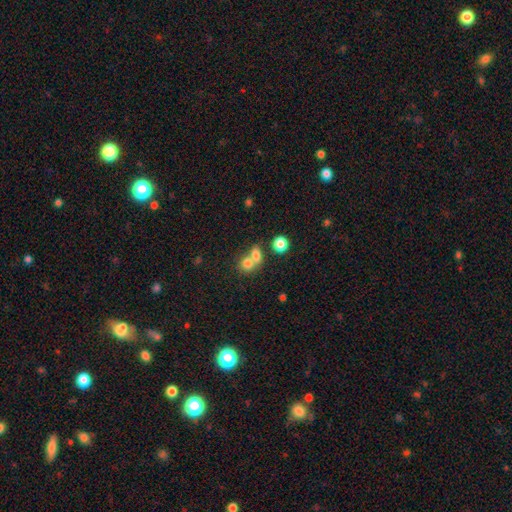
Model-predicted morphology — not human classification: Smooth or featured? smooth (74%)
How rounded? round (59%)
Merging? merger (60%)